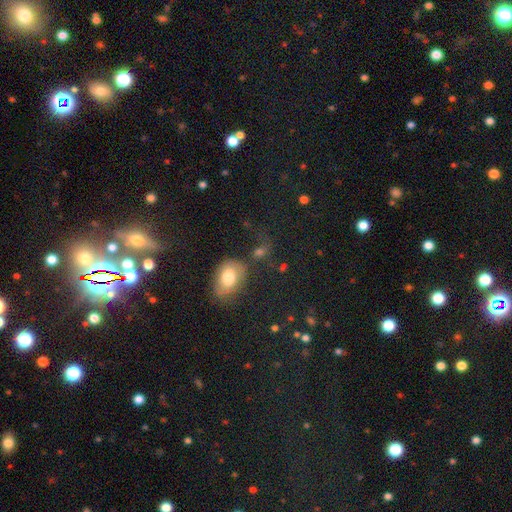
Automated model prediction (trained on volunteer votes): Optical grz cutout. It shows a star or artifact, not a galaxy (54%).